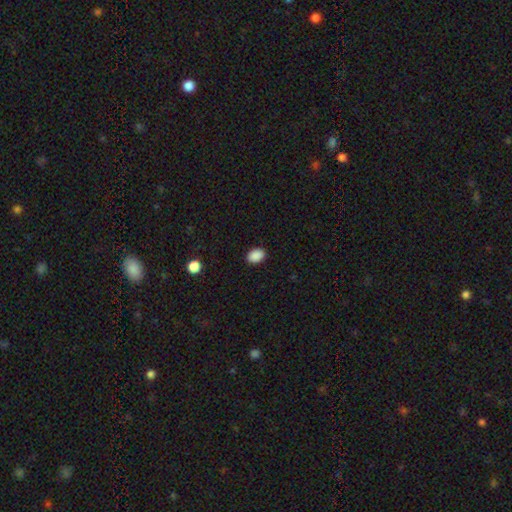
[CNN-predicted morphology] Smooth or featured? Predicted: smooth (p=0.89). How rounded? Predicted: in between (p=0.78). Merging? Predicted: none (p=0.89).